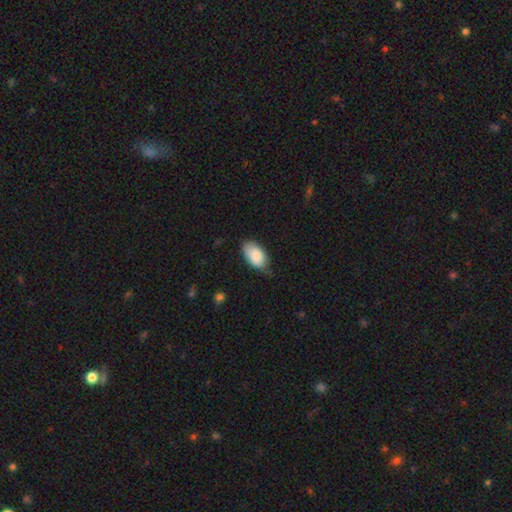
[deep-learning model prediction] This appears to be a smooth galaxy with no disk features (87%) that is in between round and cigar-shaped (94%). Merging: none (54%).